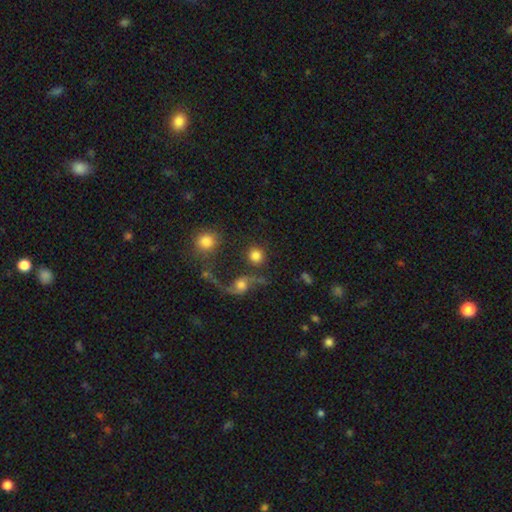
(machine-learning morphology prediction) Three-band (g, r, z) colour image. It shows a smooth galaxy with no disk features (76%) that is round (93%). Merging: none (70%).